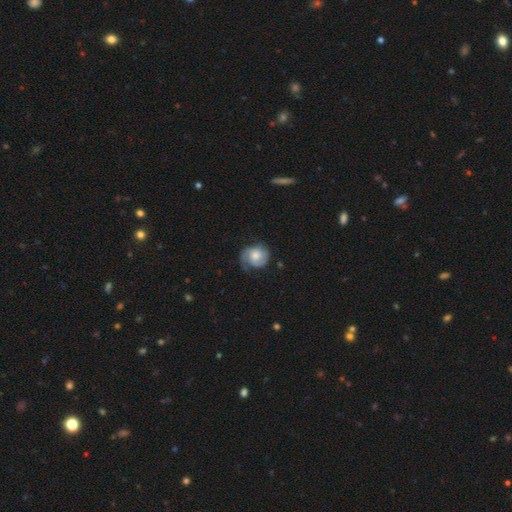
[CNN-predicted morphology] Smooth or featured?
  - featured or disk: 71% *
  - smooth: 23%
  - star or artifact: 6%
Edge-on disk?
  - no: 98% *
  - yes: 2%
Bar?
  - no: 70% *
  - weak: 26%
  - strong: 4%
Spiral arms?
  - yes: 94% *
  - no: 6%
Spiral winding?
  - tight: 49% *
  - medium: 36%
  - loose: 15%
Spiral arm count?
  - 2: 54% *
  - 1: 31%
  - can't tell: 9%
  - 3: 3%
  - 4: 1%
  - more than 4: 1%
Bulge size?
  - moderate: 51% *
  - small: 23%
  - large: 16%
  - none: 7%
  - dominant: 2%
Merging?
  - none: 62% *
  - minor disturbance: 23%
  - major disturbance: 14%
  - merger: 2%